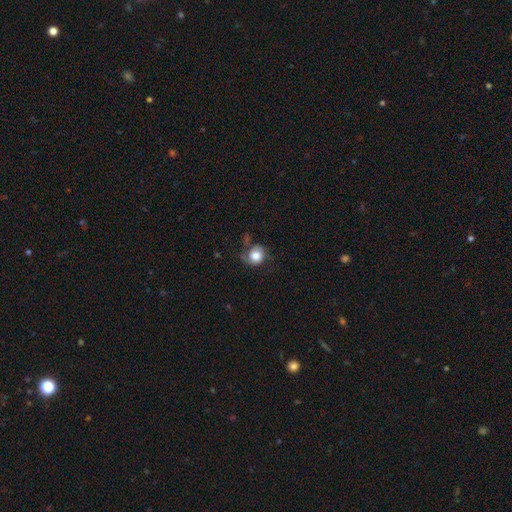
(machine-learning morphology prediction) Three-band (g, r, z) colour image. It shows a smooth galaxy with no disk features (77%) that is round (76%). Merging: none (53%).